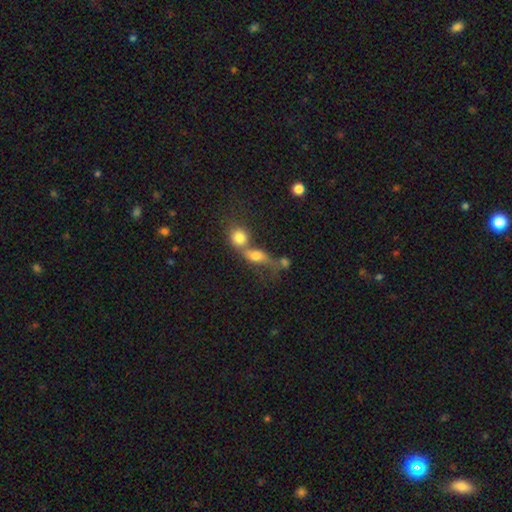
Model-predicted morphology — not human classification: Smooth or featured: smooth — 67% (featured or disk — 20%)
How rounded: in between — 46% (round — 43%)
Merging: merger — 62% (none — 24%)